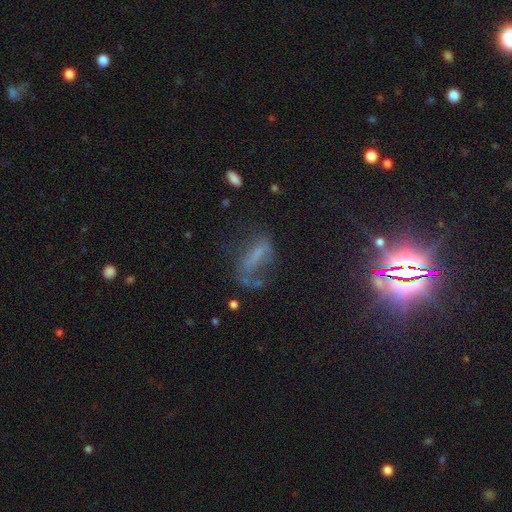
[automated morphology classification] smooth-or-featured: smooth: 40% | featured or disk: 38% | star or artifact: 22%
  merging: none: 37% | major disturbance: 34% | minor disturbance: 22% | merger: 7%